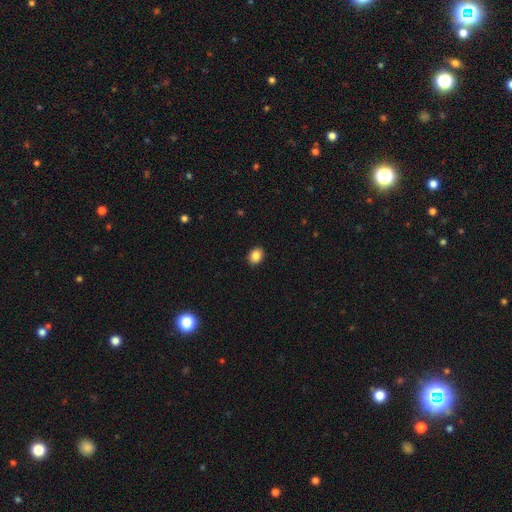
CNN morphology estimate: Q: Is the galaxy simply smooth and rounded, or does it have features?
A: smooth — 88%.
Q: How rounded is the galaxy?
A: in between — 53%.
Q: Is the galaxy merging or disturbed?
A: none — 91%.